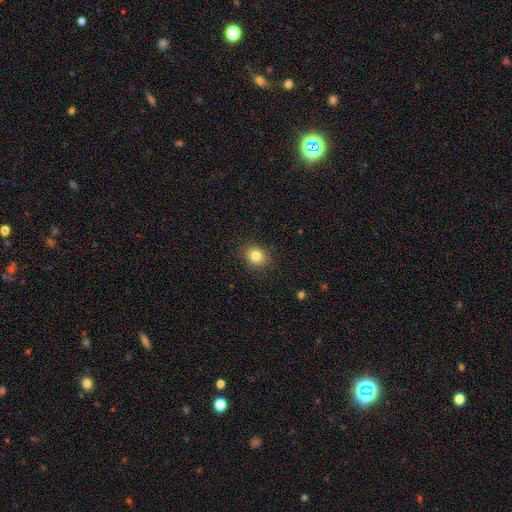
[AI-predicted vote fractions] Q: Smooth or featured?
A: smooth (82%); runner-up: star or artifact (11%)
Q: How rounded?
A: round (72%); runner-up: in between (27%)
Q: Merging?
A: none (87%); runner-up: minor disturbance (9%)